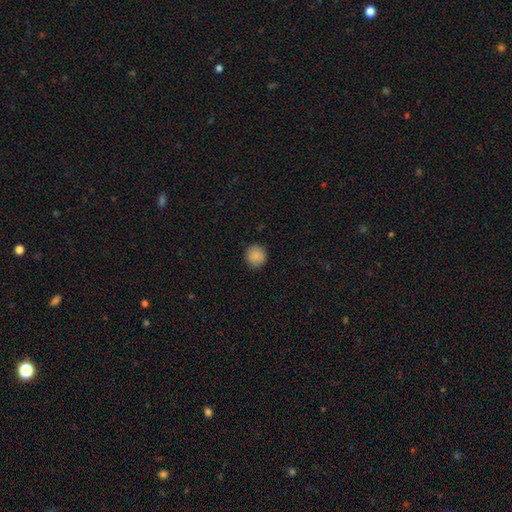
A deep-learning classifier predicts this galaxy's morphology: Q: Smooth or featured?
A: smooth (87%); runner-up: star or artifact (9%)
Q: How rounded?
A: round (93%); runner-up: in between (6%)
Q: Merging?
A: none (89%); runner-up: minor disturbance (8%)